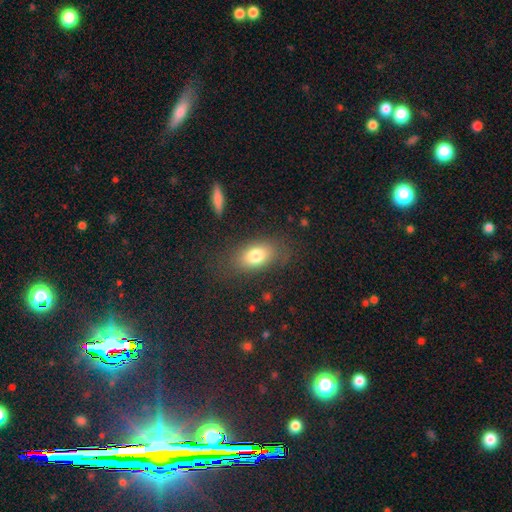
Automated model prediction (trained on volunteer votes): Smooth or featured?
  - smooth: 78% *
  - featured or disk: 14%
  - star or artifact: 9%
How rounded?
  - in between: 86% *
  - round: 11%
  - cigar-shaped: 4%
Merging?
  - none: 77% *
  - minor disturbance: 14%
  - major disturbance: 7%
  - merger: 2%